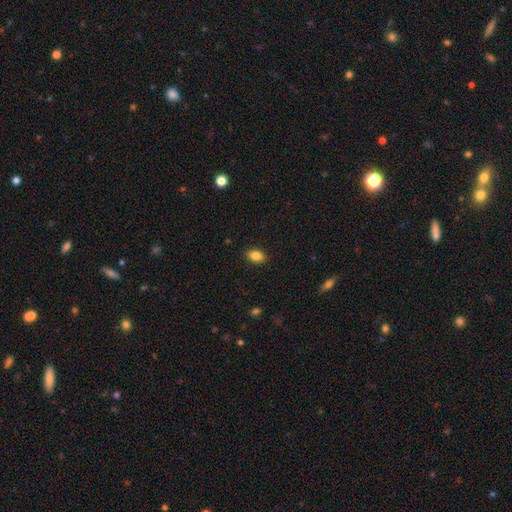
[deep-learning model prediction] Smooth or featured? Predicted: smooth (p=0.86). How rounded? Predicted: in between (p=0.85). Merging? Predicted: none (p=0.89).